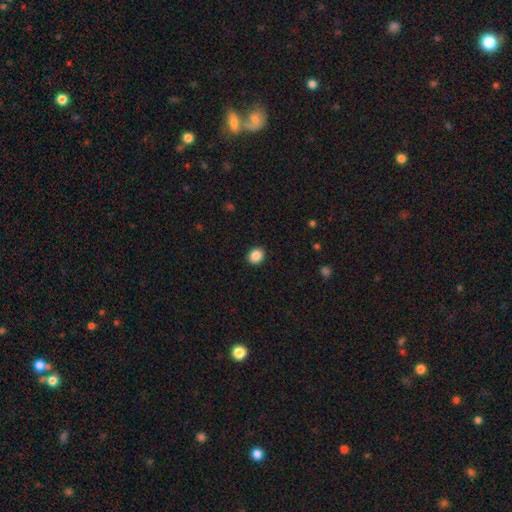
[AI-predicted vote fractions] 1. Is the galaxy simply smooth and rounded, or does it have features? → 88% smooth, 9% star or artifact, 3% featured or disk.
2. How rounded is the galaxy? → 65% round, 34% in between, 1% cigar-shaped.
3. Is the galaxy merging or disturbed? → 92% none, 6% minor disturbance, 2% major disturbance, 1% merger.